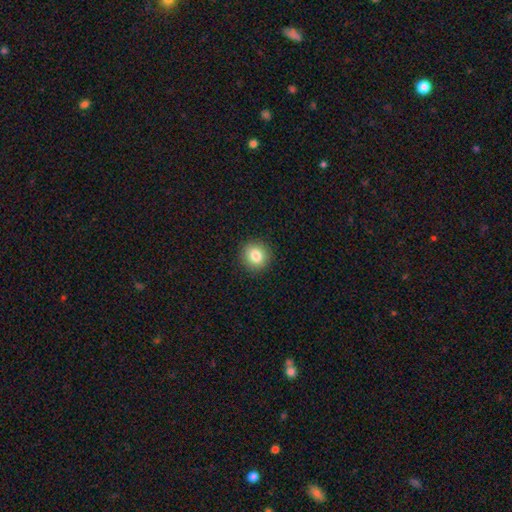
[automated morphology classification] Q: Smooth or featured?
A: smooth (83%); runner-up: star or artifact (10%)
Q: How rounded?
A: round (89%); runner-up: in between (10%)
Q: Merging?
A: none (91%); runner-up: minor disturbance (6%)